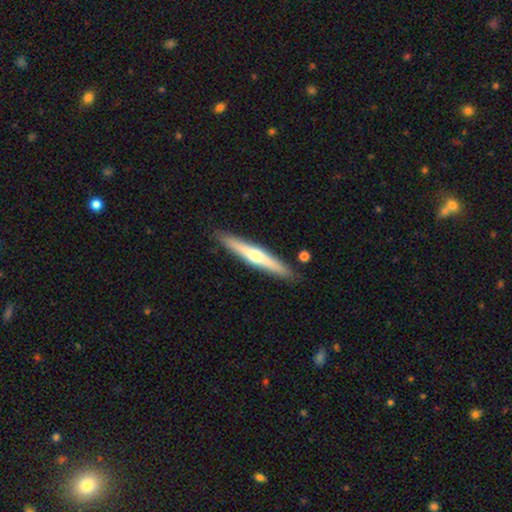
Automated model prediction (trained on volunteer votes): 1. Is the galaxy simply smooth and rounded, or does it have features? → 58% featured or disk, 37% smooth, 5% star or artifact.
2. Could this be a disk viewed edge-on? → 96% yes, 4% no.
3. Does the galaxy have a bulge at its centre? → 83% rounded, 13% none, 4% boxy.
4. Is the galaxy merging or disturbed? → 90% none, 7% minor disturbance, 2% merger, 1% major disturbance.